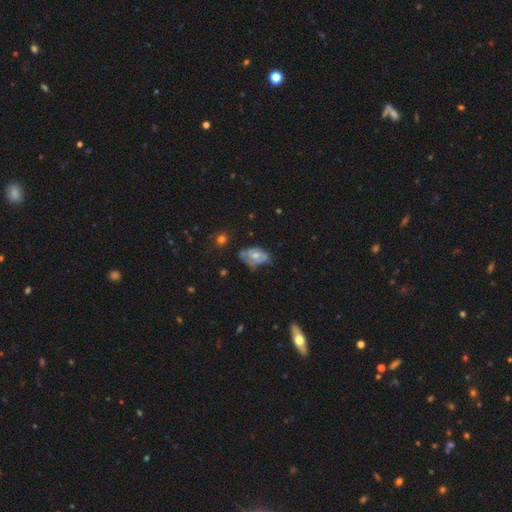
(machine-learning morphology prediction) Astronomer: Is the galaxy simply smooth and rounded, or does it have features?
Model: featured or disk — 55% (runner-up: smooth, 37%).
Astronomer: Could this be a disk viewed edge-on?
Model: no — 95%.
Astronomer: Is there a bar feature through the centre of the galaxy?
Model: no — 75%.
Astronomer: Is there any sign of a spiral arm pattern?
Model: yes — 52% (runner-up: no, 48%).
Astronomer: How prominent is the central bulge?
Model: moderate — 52% (runner-up: small, 36%).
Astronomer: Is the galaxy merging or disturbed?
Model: none — 40% (runner-up: minor disturbance, 34%).